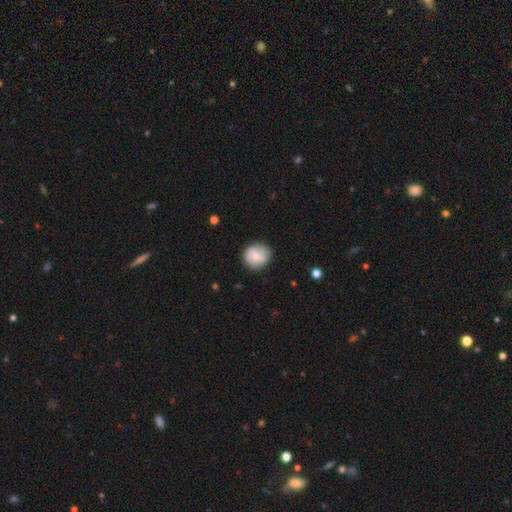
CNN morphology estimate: Smooth or featured? smooth (74%)
How rounded? round (88%)
Merging? none (82%)